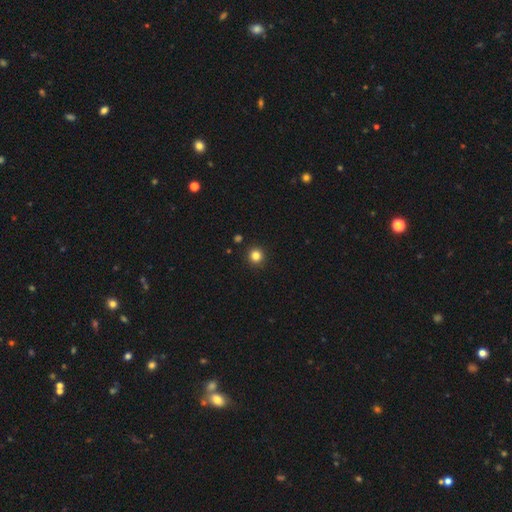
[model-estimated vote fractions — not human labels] Smooth or featured: smooth — 83% (star or artifact — 12%)
How rounded: round — 94% (in between — 5%)
Merging: none — 92% (minor disturbance — 5%)